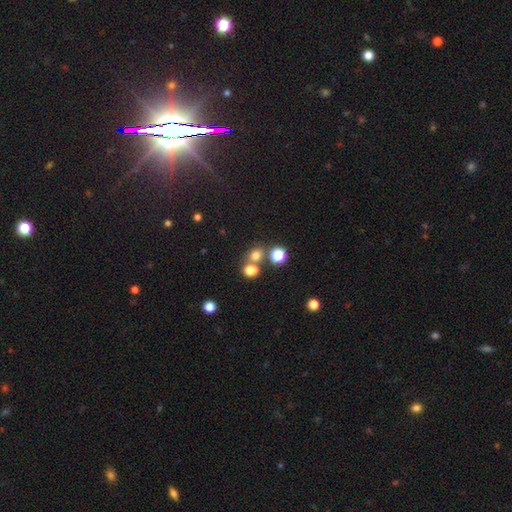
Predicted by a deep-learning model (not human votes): Smooth or featured? smooth (70%)
How rounded? round (68%)
Merging? none (52%)